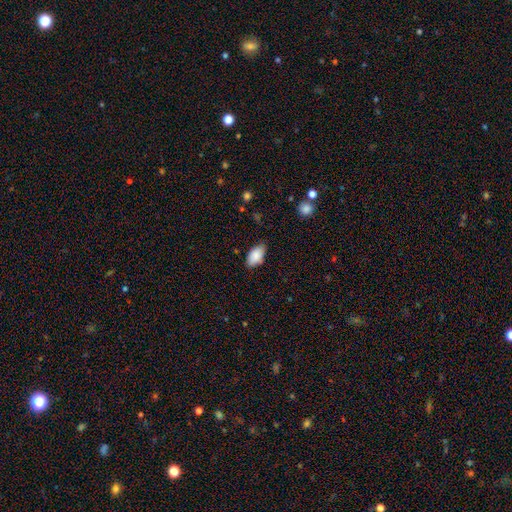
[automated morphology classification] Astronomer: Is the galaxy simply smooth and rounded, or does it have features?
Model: smooth — 87%.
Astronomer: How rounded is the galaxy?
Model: in between — 94%.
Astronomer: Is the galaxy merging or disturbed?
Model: none — 77%.